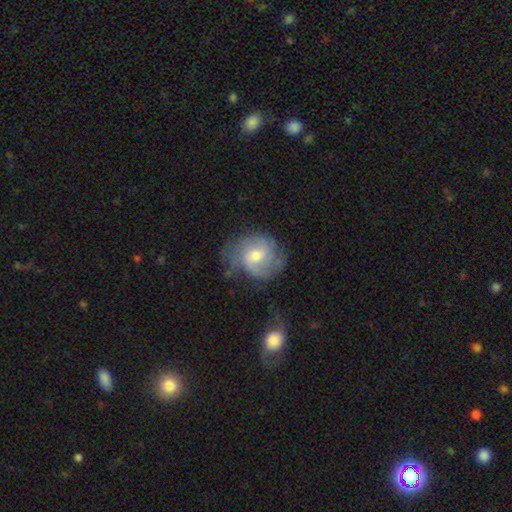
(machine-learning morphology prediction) This appears to be a featured or disk galaxy (71%) with no bar (53%), 2 (38%) medium (42%) spiral arms (90%) and a moderate central bulge (58%). Merging: none (61%).